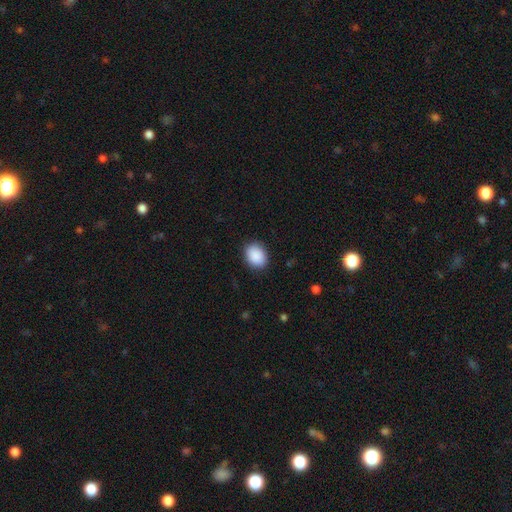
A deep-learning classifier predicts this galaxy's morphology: smooth 90%, star or artifact 7%, featured or disk 3%. Down the decision tree: how rounded — in between (59%); merging — none (88%).